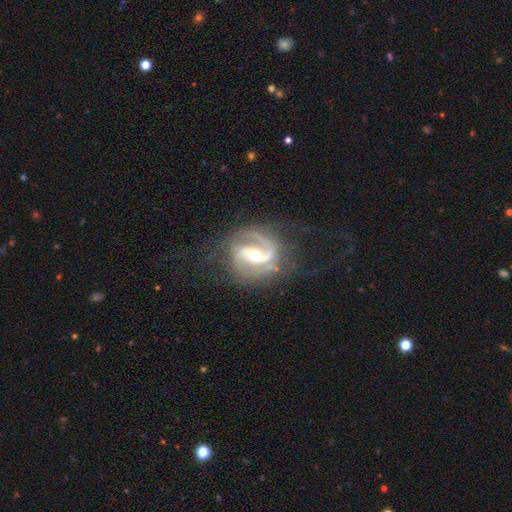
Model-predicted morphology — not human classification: A featured or disk galaxy (89%) with a weak bar (39%), 2 (81%) medium (53%) spiral arms (97%) and a moderate central bulge (55%).

Vote fractions:
- Smooth or featured? featured or disk: 89% / star or artifact: 6% / smooth: 5%
- Edge-on disk? no: 97% / yes: 3%
- Bar? weak: 39% / strong: 35% / no: 26%
- Spiral arms? yes: 97% / no: 3%
- Spiral winding? medium: 53% / tight: 25% / loose: 22%
- Spiral arm count? 2: 81% / 1: 6% / can't tell: 5% / 3: 5% / 4: 2% / more than 4: 2%
- Bulge size? moderate: 55% / small: 40% / large: 3% / none: 1% / dominant: 1%
- Merging? none: 67% / minor disturbance: 18% / major disturbance: 13% / merger: 2%